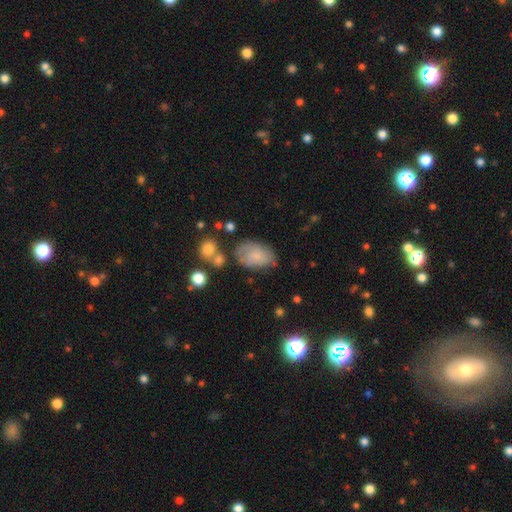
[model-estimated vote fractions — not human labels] smooth 68%, featured or disk 24%, star or artifact 8%. Down the decision tree: how rounded — in between (87%); merging — none (54%).